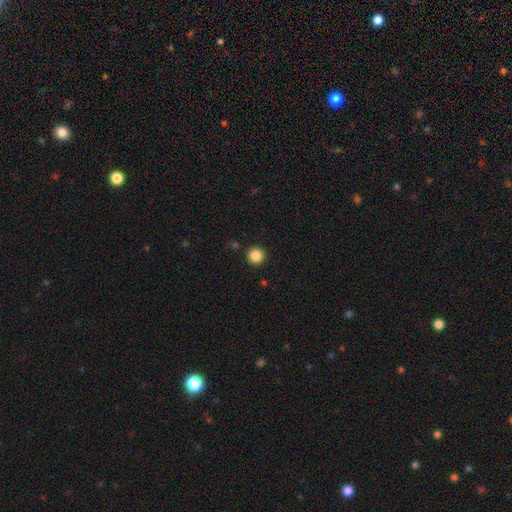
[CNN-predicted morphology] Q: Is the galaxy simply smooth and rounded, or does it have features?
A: smooth — 87%.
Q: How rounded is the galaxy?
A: round — 95%.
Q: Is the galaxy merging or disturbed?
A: none — 91%.